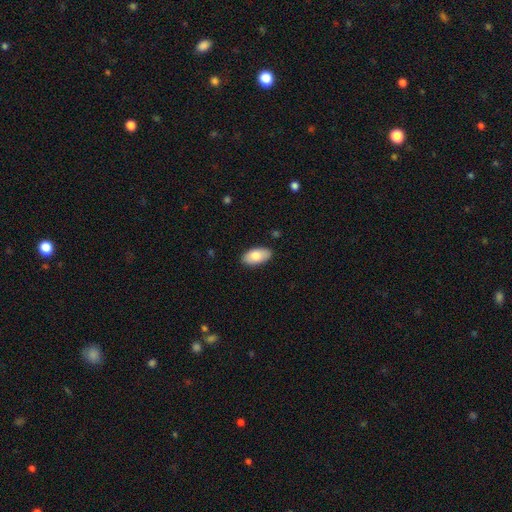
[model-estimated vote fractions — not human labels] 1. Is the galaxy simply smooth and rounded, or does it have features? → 79% smooth, 15% featured or disk, 6% star or artifact.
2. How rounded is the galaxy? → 95% in between, 3% round, 2% cigar-shaped.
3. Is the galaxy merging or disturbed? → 87% none, 10% minor disturbance, 2% major disturbance, 1% merger.